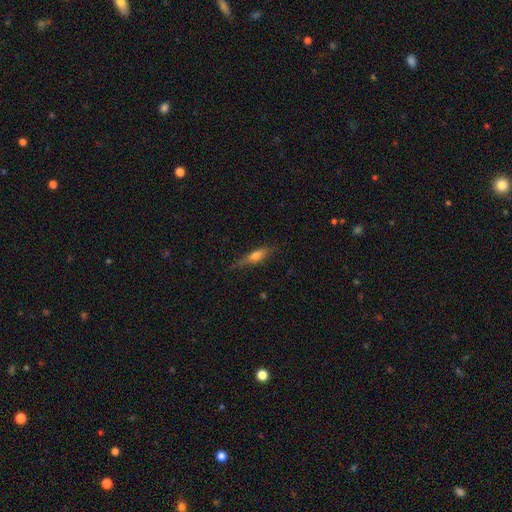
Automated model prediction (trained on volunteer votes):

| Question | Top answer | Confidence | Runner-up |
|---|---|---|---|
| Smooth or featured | smooth | 58% | featured or disk (34%) |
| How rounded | cigar-shaped | 58% | in between (38%) |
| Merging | none | 68% | minor disturbance (24%) |